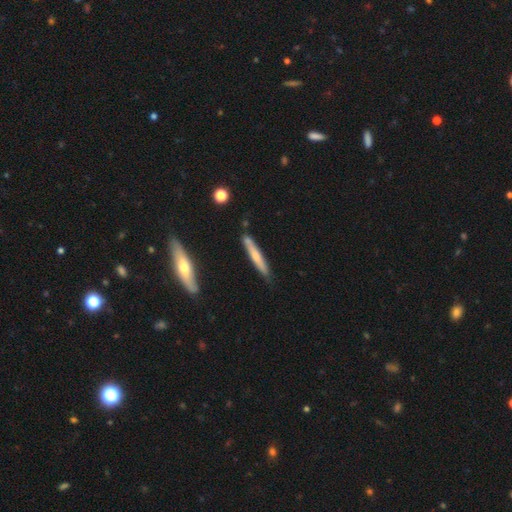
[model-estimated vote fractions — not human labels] Smooth or featured: smooth — 55% (featured or disk — 39%)
How rounded: cigar-shaped — 94% (in between — 5%)
Merging: none — 83% (minor disturbance — 11%)